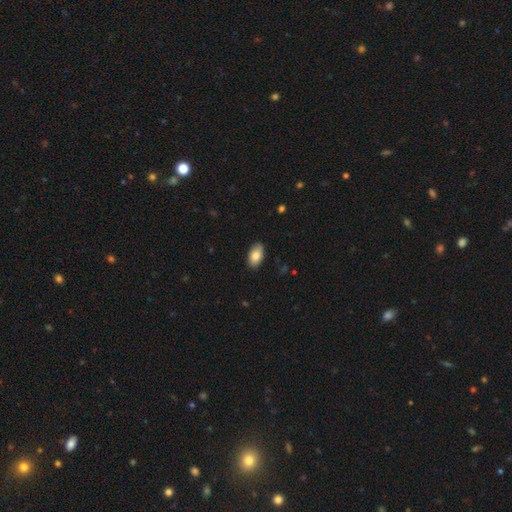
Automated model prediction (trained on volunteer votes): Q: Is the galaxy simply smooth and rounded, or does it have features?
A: smooth — 84%.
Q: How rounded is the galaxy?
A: in between — 94%.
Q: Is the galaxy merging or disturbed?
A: none — 86%.